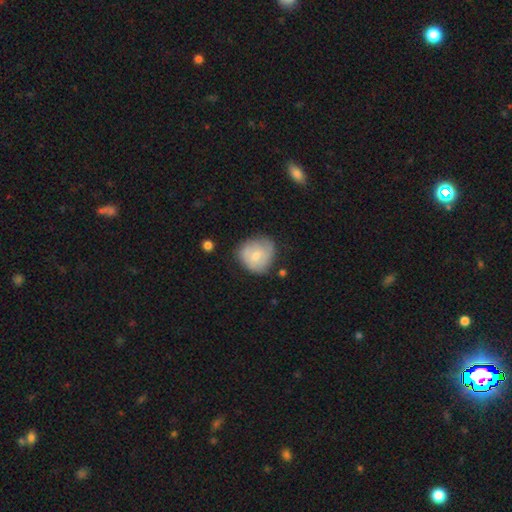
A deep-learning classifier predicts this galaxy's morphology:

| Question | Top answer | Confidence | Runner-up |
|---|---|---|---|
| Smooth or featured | smooth | 60% | featured or disk (33%) |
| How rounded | round | 77% | in between (22%) |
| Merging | none | 57% | minor disturbance (31%) |